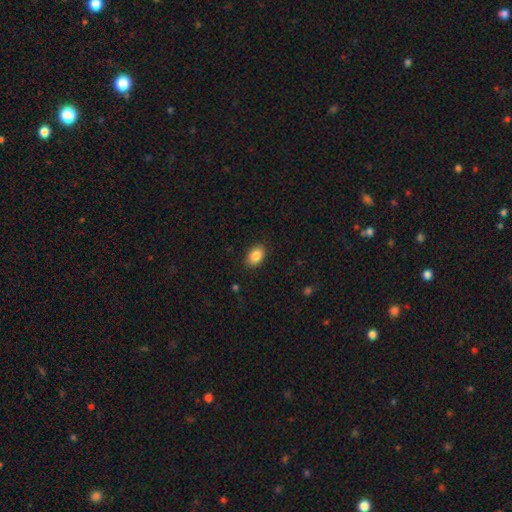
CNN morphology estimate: Smooth or featured: smooth — 87% (star or artifact — 8%)
How rounded: in between — 86% (round — 13%)
Merging: none — 88% (minor disturbance — 9%)